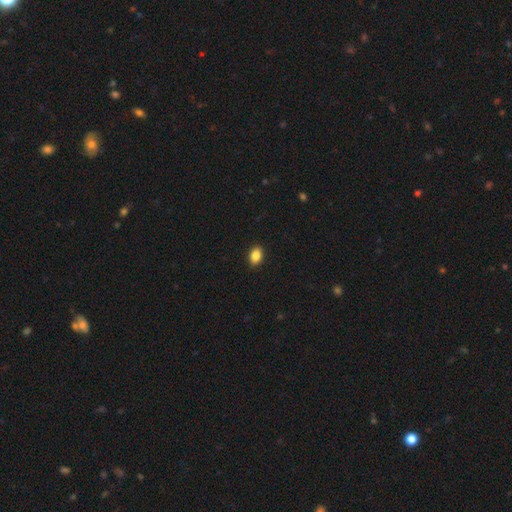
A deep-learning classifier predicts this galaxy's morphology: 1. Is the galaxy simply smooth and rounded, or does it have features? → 87% smooth, 9% star or artifact, 4% featured or disk.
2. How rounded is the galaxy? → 80% in between, 18% round, 1% cigar-shaped.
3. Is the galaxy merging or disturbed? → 90% none, 7% minor disturbance, 2% major disturbance, 1% merger.